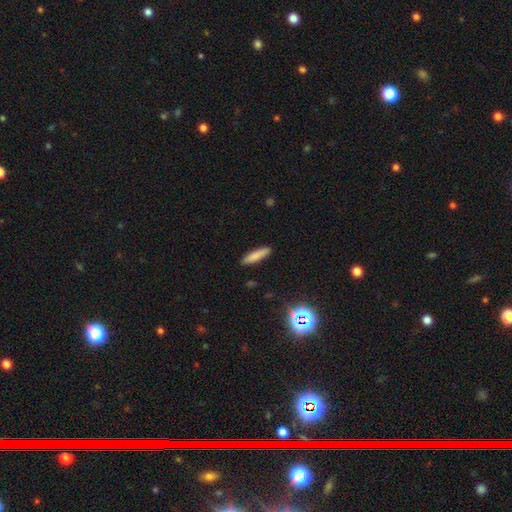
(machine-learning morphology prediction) The model was most divided on "how rounded": cigar-shaped: 80%, in between: 18%, round: 2%. More confident: merging — none (88%); smooth or featured — smooth (81%).